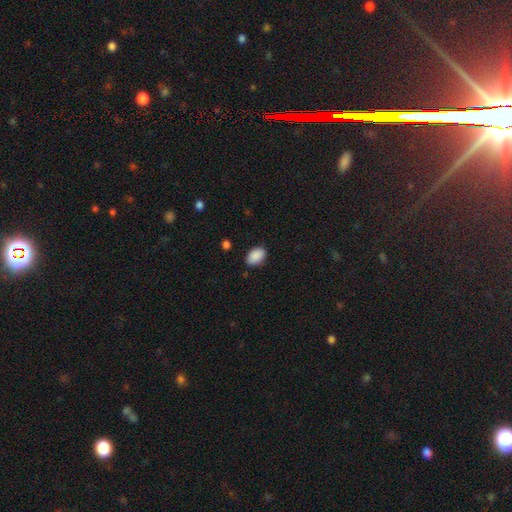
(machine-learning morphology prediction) Smooth or featured? smooth (90%)
How rounded? in between (88%)
Merging? none (85%)